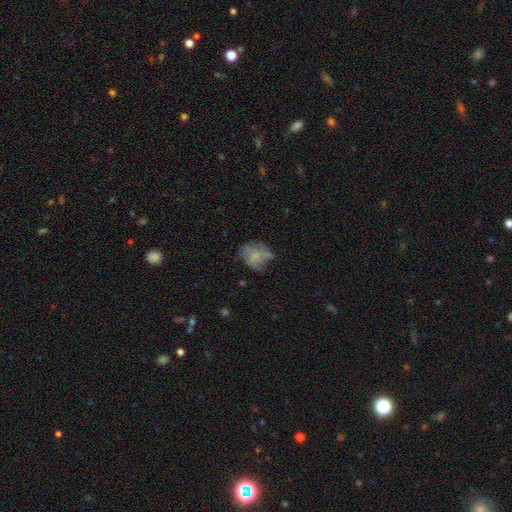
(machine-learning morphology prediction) The model was most divided on "how rounded": round: 50%, in between: 49%, cigar-shaped: 1%. Remaining: smooth or featured — smooth (52%); merging — none (45%).